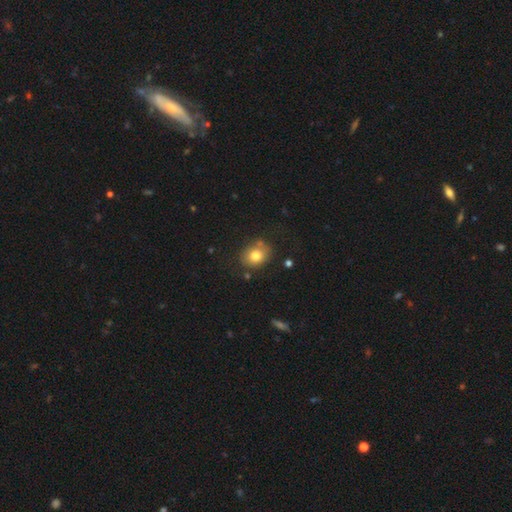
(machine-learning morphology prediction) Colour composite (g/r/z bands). It shows a smooth galaxy with no disk features (77%) that is round (58%). Merging: none (76%).